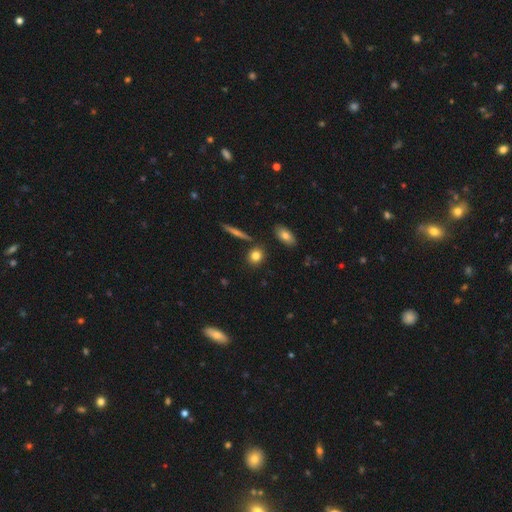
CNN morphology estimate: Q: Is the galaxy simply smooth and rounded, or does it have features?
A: smooth — 80%.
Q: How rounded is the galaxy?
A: round — 67%.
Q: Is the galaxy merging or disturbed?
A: none — 84%.